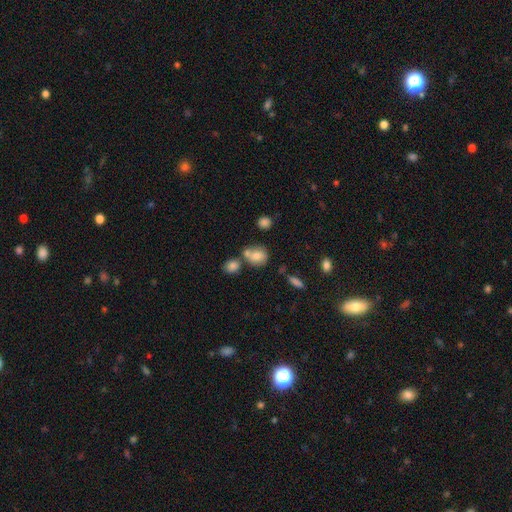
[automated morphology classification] Smooth or featured: smooth — 75% (featured or disk — 14%)
How rounded: round — 59% (in between — 39%)
Merging: none — 45% (merger — 37%)